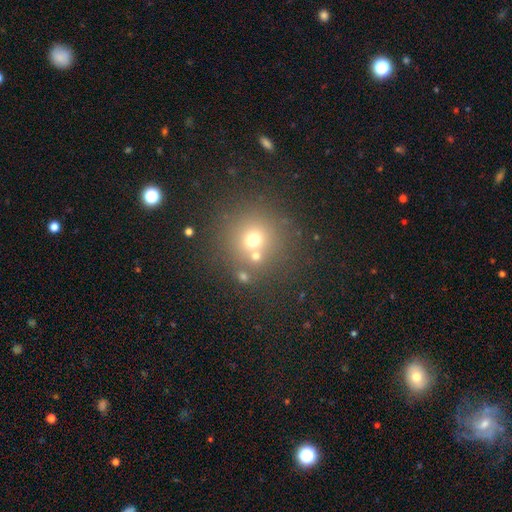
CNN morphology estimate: The model was most divided on "smooth or featured": smooth: 64%, star or artifact: 22%, featured or disk: 13%. More confident: how rounded — round (90%); merging — none (67%).